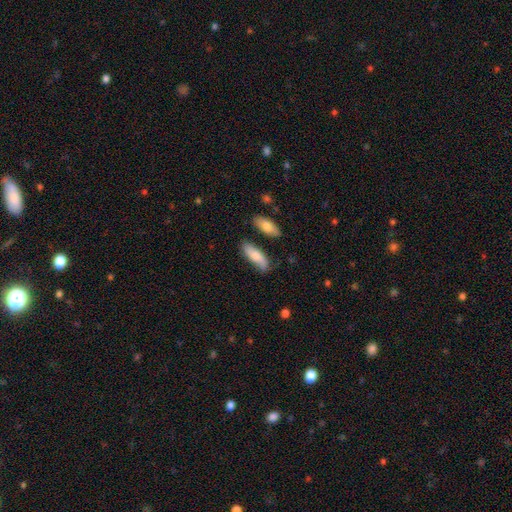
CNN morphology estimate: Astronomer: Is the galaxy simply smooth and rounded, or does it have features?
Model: smooth — 72%.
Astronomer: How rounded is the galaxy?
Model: in between — 61% (runner-up: cigar-shaped, 37%).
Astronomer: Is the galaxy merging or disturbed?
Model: none — 69%.